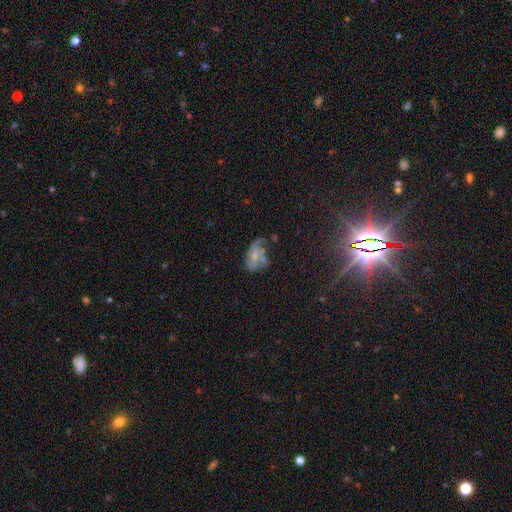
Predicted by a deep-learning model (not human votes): This appears to be a featured or disk galaxy (49%). Merging: none (30%).